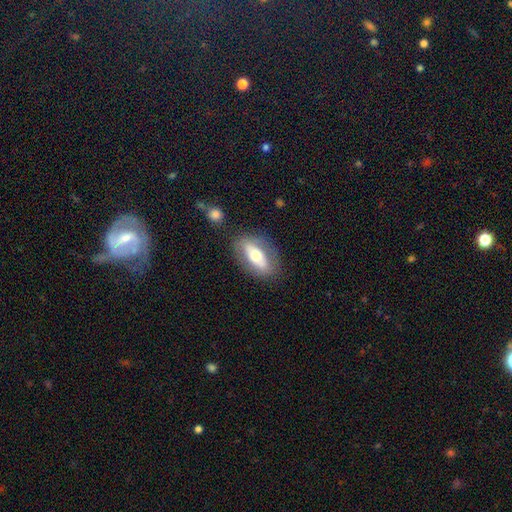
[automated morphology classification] This is possibly a smooth galaxy (51%). How rounded: clearly in between (81%). Merging: likely none (78%).